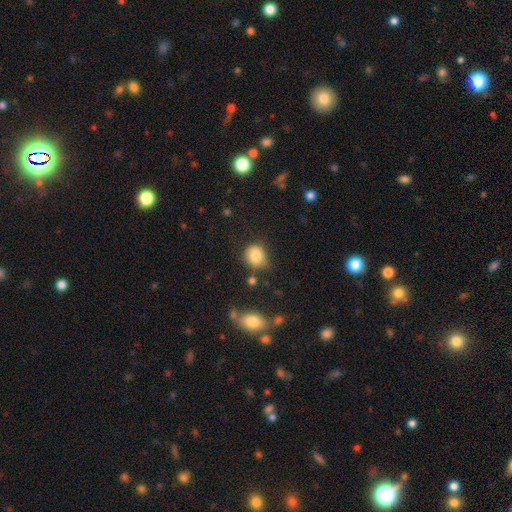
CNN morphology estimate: Smooth or featured? smooth (82%)
How rounded? round (72%)
Merging? none (66%)